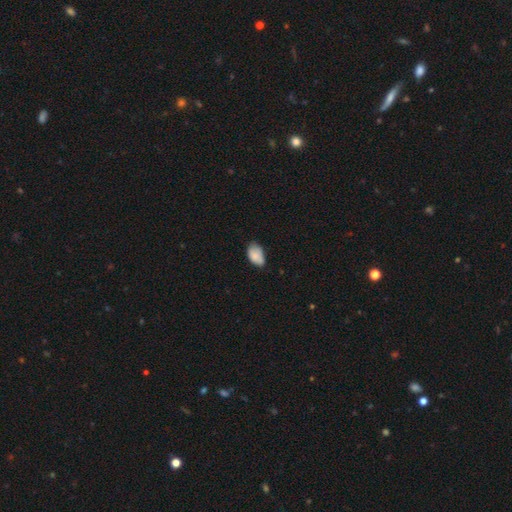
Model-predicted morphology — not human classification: smooth-or-featured: smooth: 82% | featured or disk: 10% | star or artifact: 8%
  how-rounded: in between: 92% | round: 7% | cigar-shaped: 1%
  merging: none: 55% | minor disturbance: 36% | major disturbance: 7% | merger: 3%